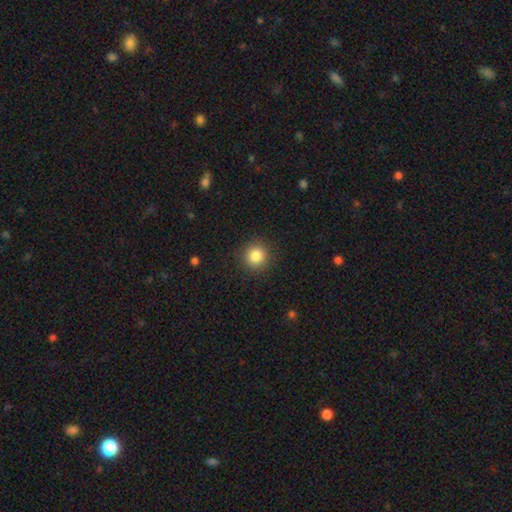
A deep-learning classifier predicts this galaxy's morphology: Smooth or featured? Predicted: smooth (p=0.85). How rounded? Predicted: round (p=0.93). Merging? Predicted: none (p=0.90).